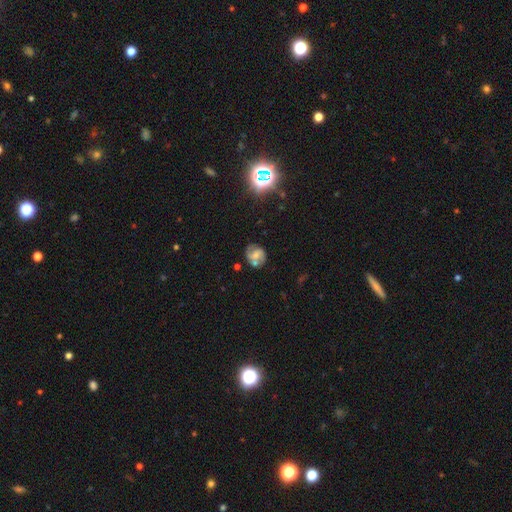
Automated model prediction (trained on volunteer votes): Smooth or featured?
  - featured or disk: 51% *
  - smooth: 37%
  - star or artifact: 13%
Edge-on disk?
  - no: 97% *
  - yes: 3%
Merging?
  - none: 57% *
  - minor disturbance: 19%
  - merger: 16%
  - major disturbance: 7%